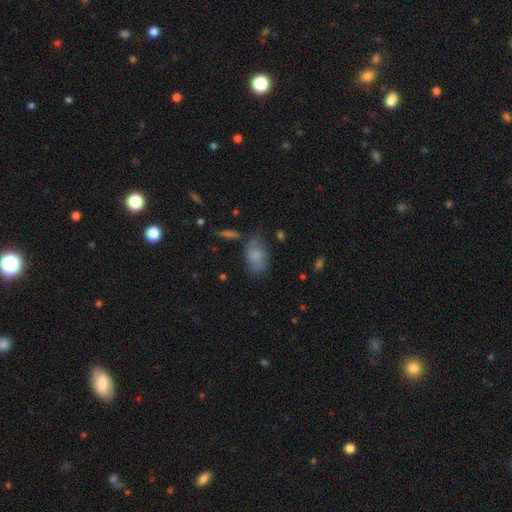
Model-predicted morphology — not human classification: smooth-or-featured: smooth: 75% | featured or disk: 16% | star or artifact: 9%
  how-rounded: in between: 89% | round: 8% | cigar-shaped: 2%
  merging: none: 61% | minor disturbance: 27% | major disturbance: 8% | merger: 4%